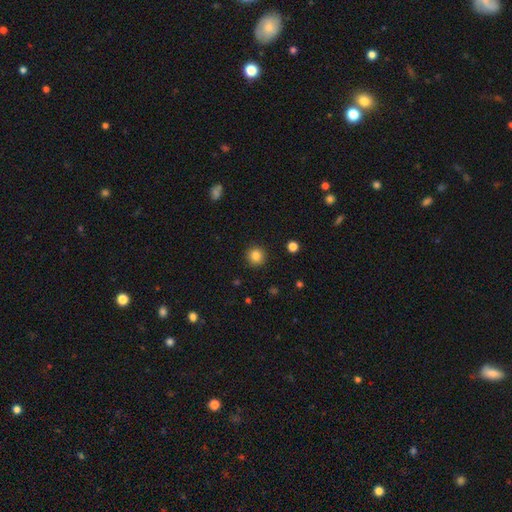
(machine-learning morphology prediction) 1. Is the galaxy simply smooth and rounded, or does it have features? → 84% smooth, 11% star or artifact, 5% featured or disk.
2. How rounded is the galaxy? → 94% round, 5% in between, 1% cigar-shaped.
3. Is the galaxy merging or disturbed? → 92% none, 5% minor disturbance, 2% major disturbance, 1% merger.